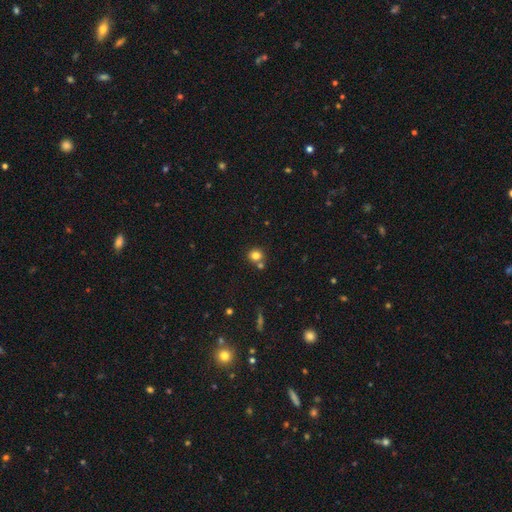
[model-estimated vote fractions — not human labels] This appears to be a smooth galaxy with no disk features (79%) that is round (85%). Merging: none (66%).